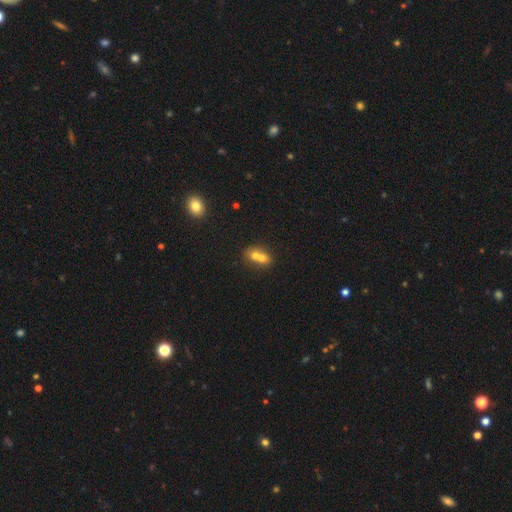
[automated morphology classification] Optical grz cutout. It shows a smooth galaxy with no disk features (66%) that is round (54%). Merging: merger (71%).